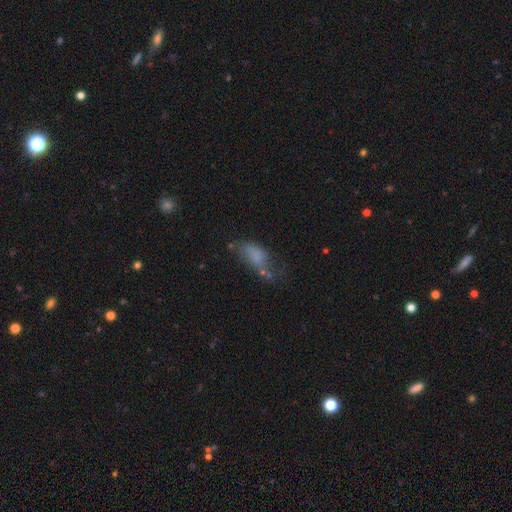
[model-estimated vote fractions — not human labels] smooth-or-featured: smooth: 62% | featured or disk: 24% | star or artifact: 13%
  how-rounded: in between: 82% | cigar-shaped: 13% | round: 5%
  merging: none: 33% | major disturbance: 28% | minor disturbance: 27% | merger: 12%